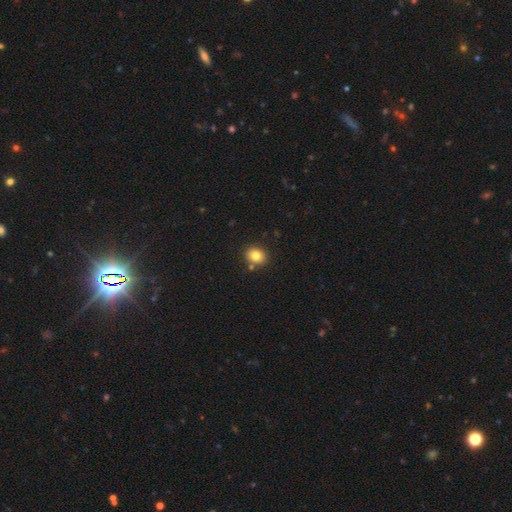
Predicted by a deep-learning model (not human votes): Smooth or featured: smooth — 80% (star or artifact — 11%)
How rounded: round — 67% (in between — 32%)
Merging: none — 81% (minor disturbance — 9%)